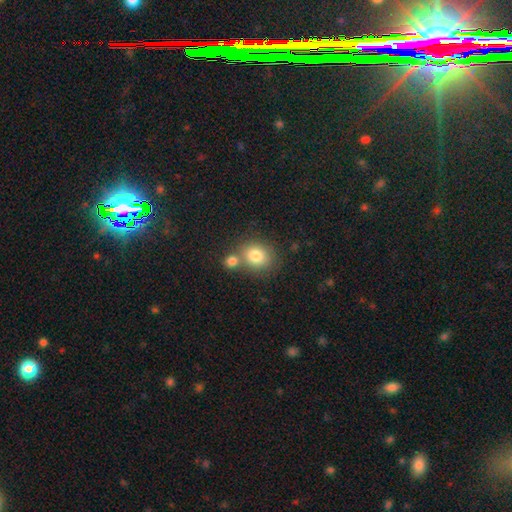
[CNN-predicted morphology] smooth 81%, star or artifact 9%, featured or disk 9%. Down the decision tree: how rounded — round (74%); merging — none (52%).